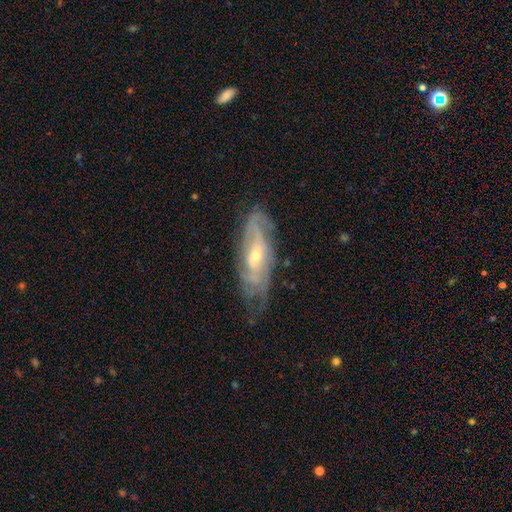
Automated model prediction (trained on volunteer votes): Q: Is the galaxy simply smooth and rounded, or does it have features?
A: featured or disk — 83%.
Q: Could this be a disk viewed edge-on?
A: no — 85%.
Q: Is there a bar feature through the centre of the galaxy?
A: no — 46%.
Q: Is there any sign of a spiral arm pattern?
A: yes — 93%.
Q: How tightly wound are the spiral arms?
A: tight — 59%.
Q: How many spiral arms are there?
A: can't tell — 40%.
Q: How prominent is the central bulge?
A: small — 56%.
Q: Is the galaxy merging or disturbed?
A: none — 69%.